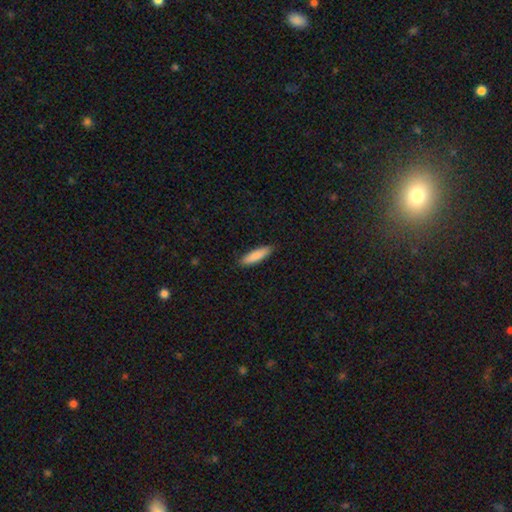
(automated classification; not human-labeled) smooth_or_featured: smooth (p=0.87) [alt: featured or disk p=0.08]
how_rounded: cigar-shaped (p=0.68) [alt: in between p=0.30]
merging: none (p=0.89) [alt: minor disturbance p=0.09]